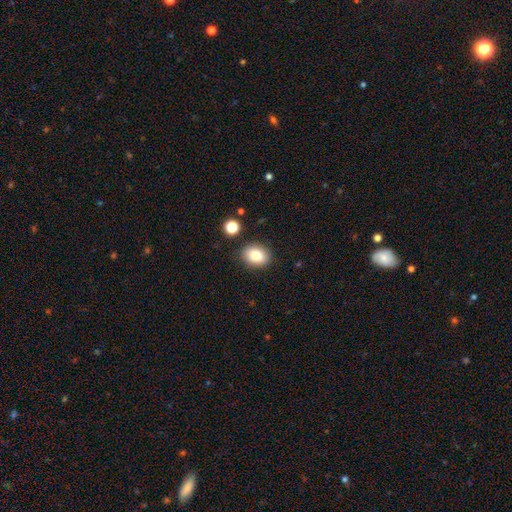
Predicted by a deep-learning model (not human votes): The model was most divided on "how rounded": in between: 59%, round: 40%, cigar-shaped: 1%. More confident: merging — none (85%); smooth or featured — smooth (82%).